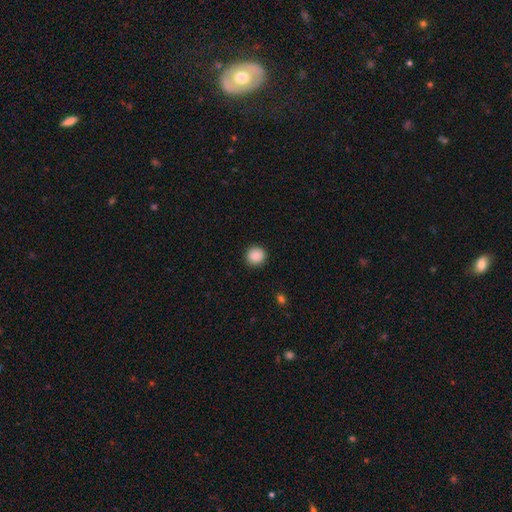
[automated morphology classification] The model was most divided on "smooth or featured": smooth: 89%, star or artifact: 8%, featured or disk: 3%. More confident: how rounded — round (94%); merging — none (92%).